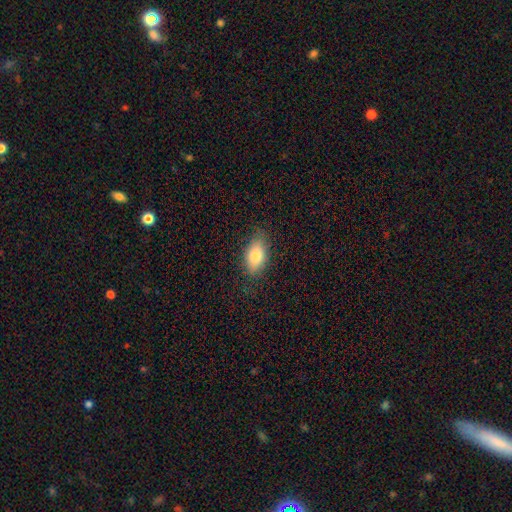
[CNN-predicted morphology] This appears to be a smooth galaxy with no disk features (81%) that is in between round and cigar-shaped (91%). Merging: none (82%).